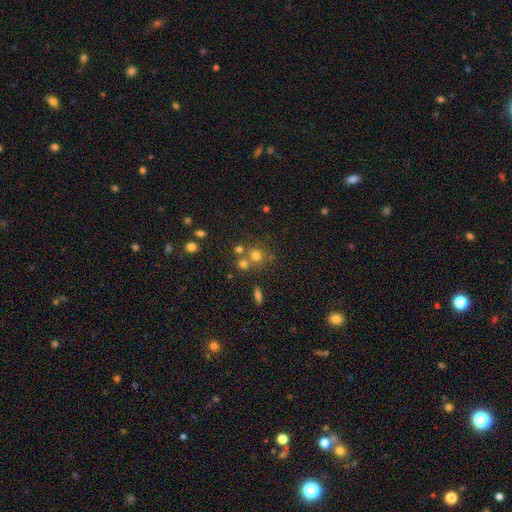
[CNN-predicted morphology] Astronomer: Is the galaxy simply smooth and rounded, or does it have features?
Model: smooth — 67%.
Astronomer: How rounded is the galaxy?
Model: round — 87%.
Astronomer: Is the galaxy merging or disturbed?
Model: none — 59%.